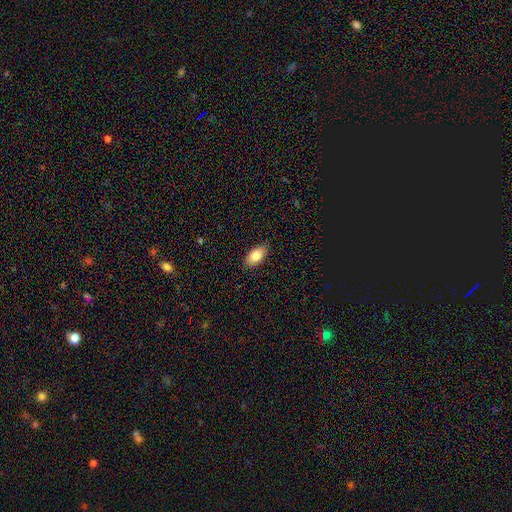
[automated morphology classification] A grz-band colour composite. It shows a smooth galaxy with no disk features (82%) that is in between round and cigar-shaped (92%). Merging: none (87%).